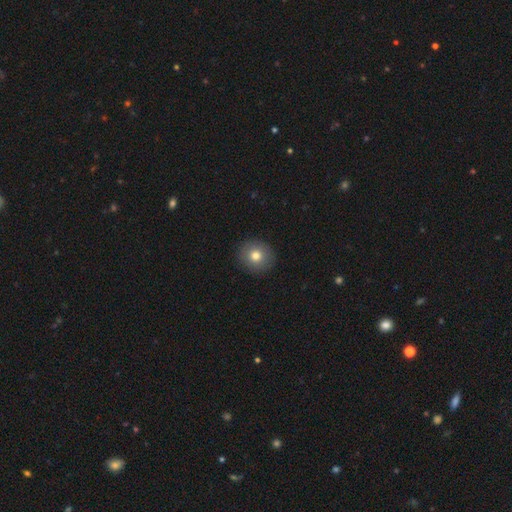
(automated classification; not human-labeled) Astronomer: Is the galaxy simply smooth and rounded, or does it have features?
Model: smooth — 77%.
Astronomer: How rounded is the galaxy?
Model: round — 86%.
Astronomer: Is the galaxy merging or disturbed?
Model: none — 92%.